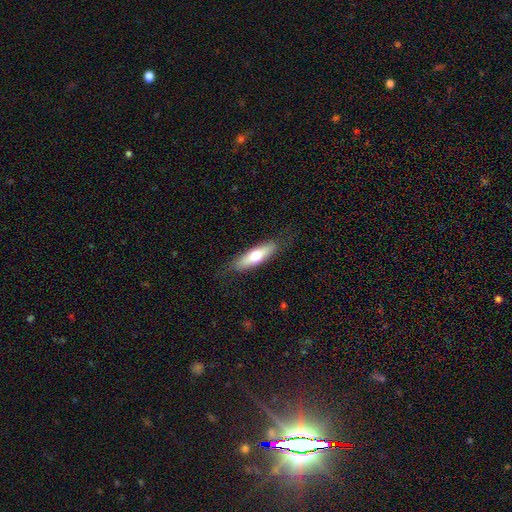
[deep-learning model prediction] Smooth or featured?
  - smooth: 61% *
  - featured or disk: 33%
  - star or artifact: 6%
How rounded?
  - cigar-shaped: 56% *
  - in between: 42%
  - round: 2%
Merging?
  - none: 82% *
  - minor disturbance: 13%
  - major disturbance: 4%
  - merger: 1%